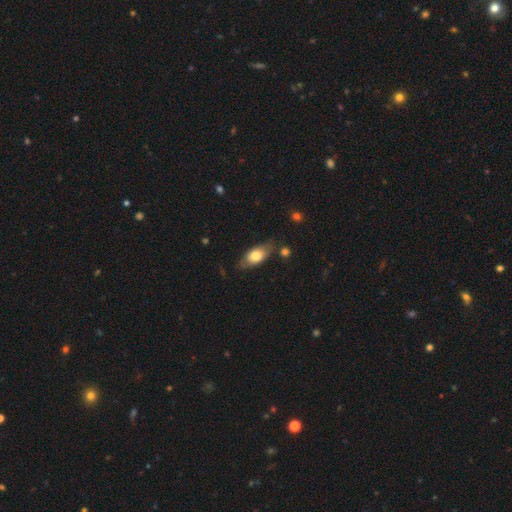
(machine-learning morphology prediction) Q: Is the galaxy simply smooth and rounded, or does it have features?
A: smooth — 69%.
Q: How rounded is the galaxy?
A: in between — 85%.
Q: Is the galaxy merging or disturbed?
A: none — 69%.